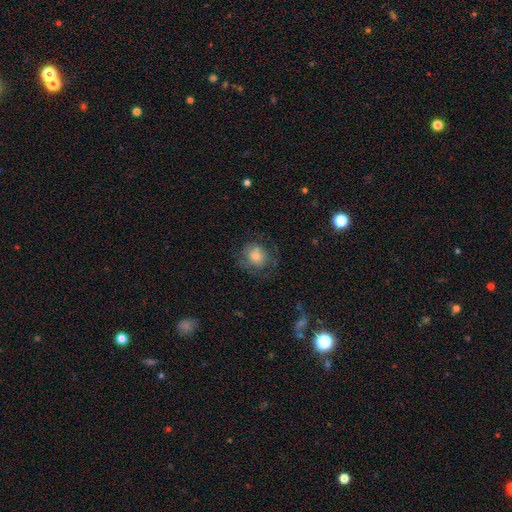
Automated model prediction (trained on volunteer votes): This is likely a smooth galaxy (62%). How rounded: likely round (74%). Merging: likely none (64%).